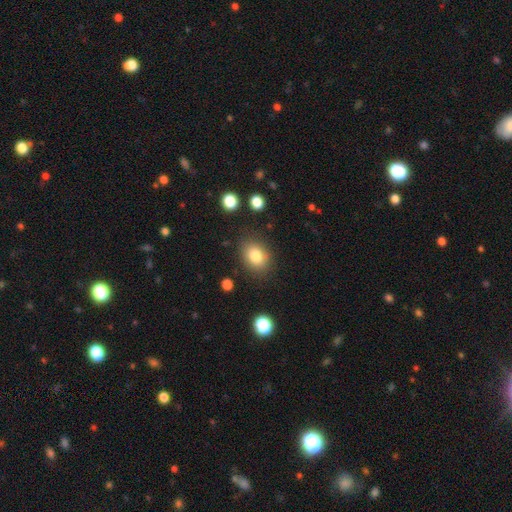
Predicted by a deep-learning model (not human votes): Smooth or featured? Predicted: smooth (p=0.80). How rounded? Predicted: in between (p=0.56). Merging? Predicted: none (p=0.82).